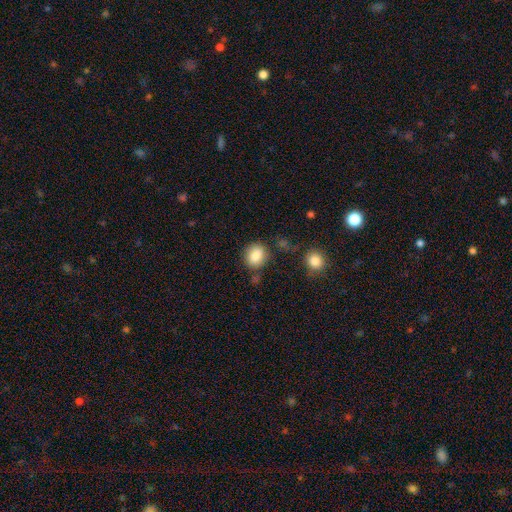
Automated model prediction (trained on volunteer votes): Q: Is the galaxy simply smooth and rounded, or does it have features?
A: smooth — 87%.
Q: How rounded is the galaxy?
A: round — 59%.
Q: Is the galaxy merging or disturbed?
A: none — 75%.